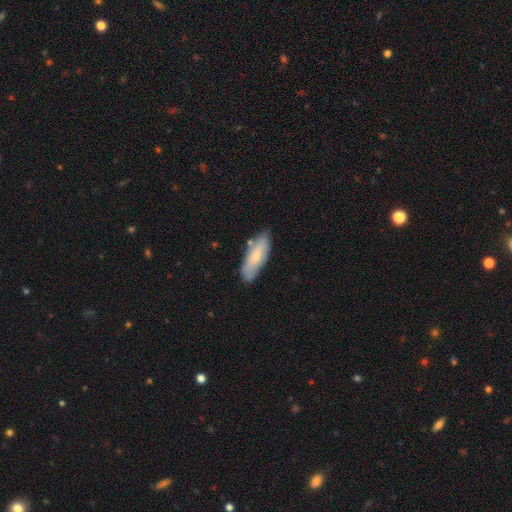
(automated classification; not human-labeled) smooth_or_featured: smooth (p=0.66) [alt: featured or disk p=0.28]
how_rounded: in between (p=0.62) [alt: cigar-shaped p=0.36]
merging: none (p=0.74) [alt: minor disturbance p=0.19]